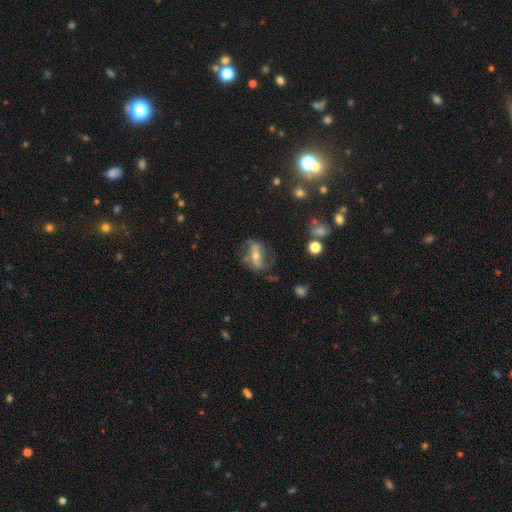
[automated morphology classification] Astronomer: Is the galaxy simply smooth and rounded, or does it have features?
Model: featured or disk — 68%.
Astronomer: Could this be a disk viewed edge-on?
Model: no — 89%.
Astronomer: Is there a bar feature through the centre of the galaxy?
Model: strong — 53%.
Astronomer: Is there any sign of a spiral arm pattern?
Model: yes — 76%.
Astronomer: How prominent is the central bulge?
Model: moderate — 53% (runner-up: small, 40%).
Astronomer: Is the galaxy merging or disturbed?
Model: none — 60%.